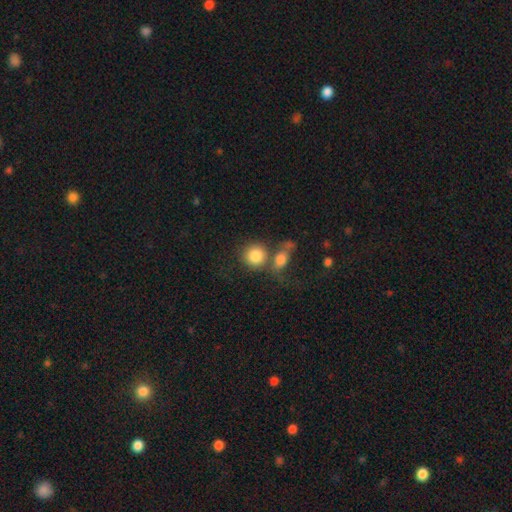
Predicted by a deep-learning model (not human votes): Overall: smooth (83%). How rounded: round (83%). Merging: none (43%; merger 39%).